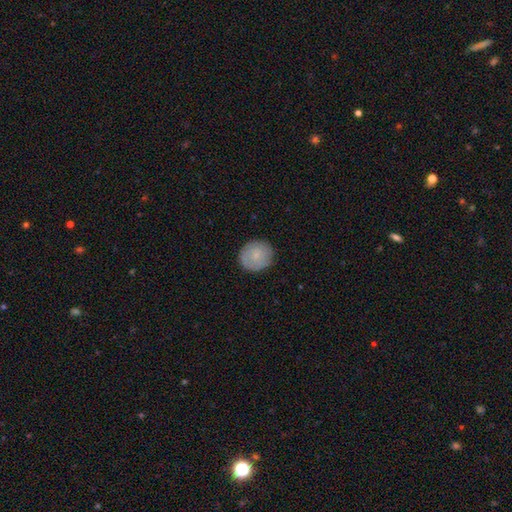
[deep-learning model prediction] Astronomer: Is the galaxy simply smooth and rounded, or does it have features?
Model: smooth — 72%.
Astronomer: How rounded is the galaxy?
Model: round — 88%.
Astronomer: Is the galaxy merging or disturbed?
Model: none — 86%.